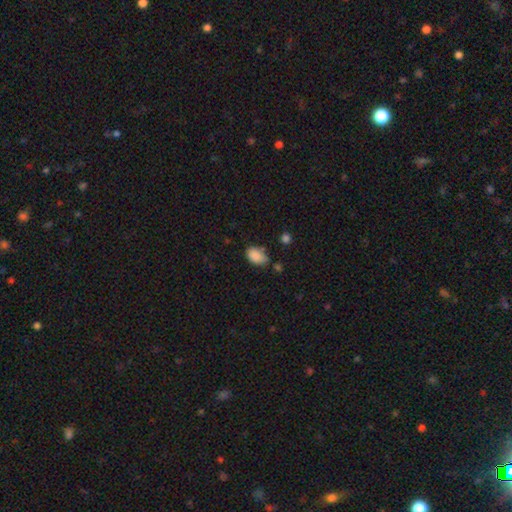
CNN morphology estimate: Smooth or featured: smooth — 86% (star or artifact — 9%)
How rounded: in between — 87% (round — 12%)
Merging: none — 56% (minor disturbance — 31%)